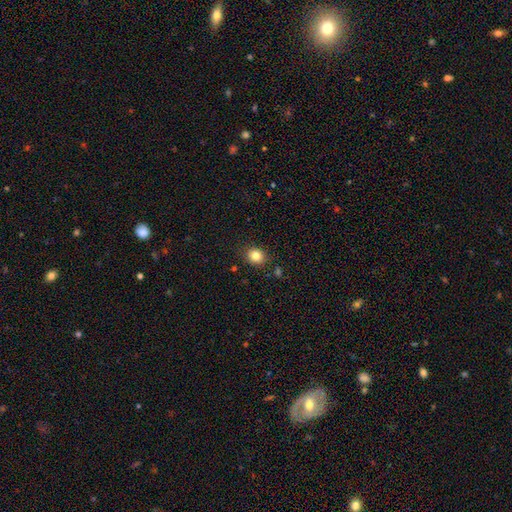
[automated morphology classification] smooth-or-featured: smooth: 83% | star or artifact: 11% | featured or disk: 6%
  how-rounded: round: 68% | in between: 31% | cigar-shaped: 1%
  merging: none: 86% | minor disturbance: 9% | major disturbance: 2% | merger: 2%